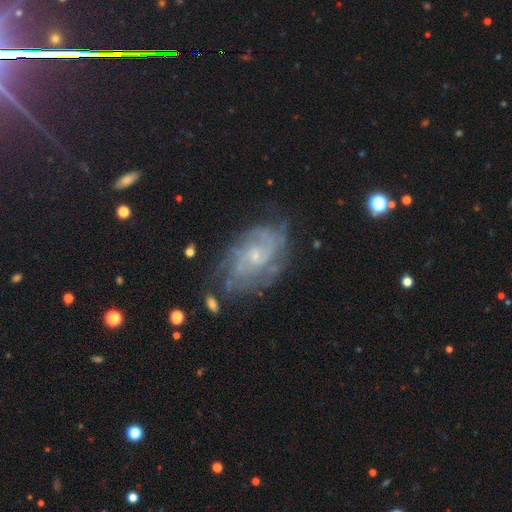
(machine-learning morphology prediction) Overall: featured or disk (81%). Edge-on disk: no (96%). Bar: no (69%). Spiral arms: yes (92%). Spiral arm count: can't tell (42%; 2 20%). Spiral winding: tight (57%; medium 33%). Bulge size: small (74%). Merging: none (67%).